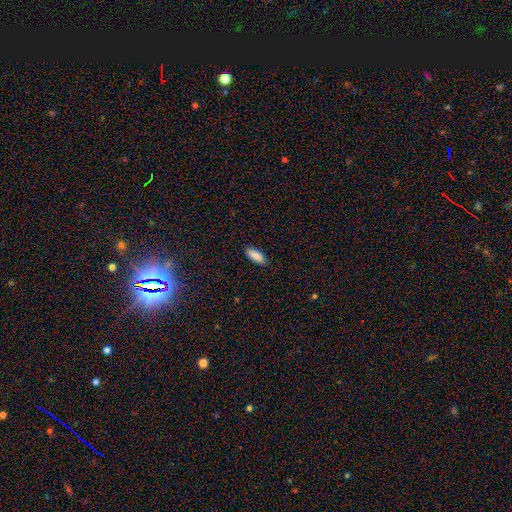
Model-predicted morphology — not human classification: smooth_or_featured: smooth (p=0.89) [alt: star or artifact p=0.07]
how_rounded: in between (p=0.79) [alt: cigar-shaped p=0.19]
merging: none (p=0.88) [alt: minor disturbance p=0.09]